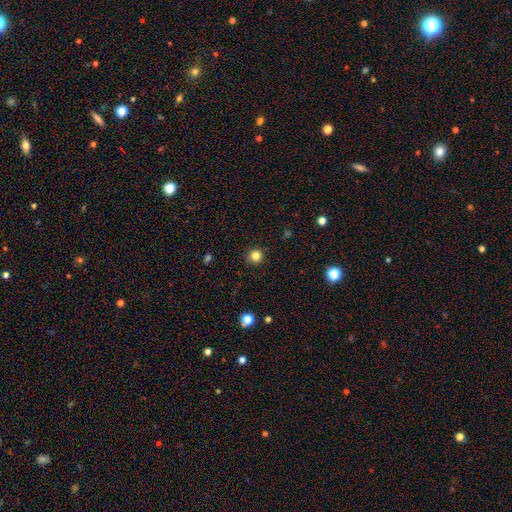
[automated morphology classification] Smooth or featured: smooth — 82% (star or artifact — 13%)
How rounded: round — 94% (in between — 5%)
Merging: none — 90% (minor disturbance — 7%)